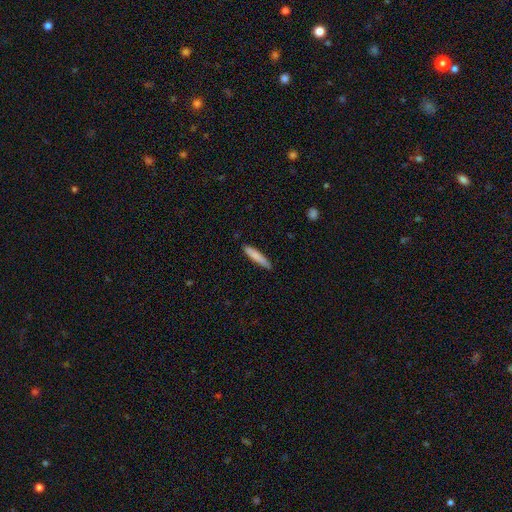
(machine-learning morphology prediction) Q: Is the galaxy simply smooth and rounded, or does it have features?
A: smooth — 81%.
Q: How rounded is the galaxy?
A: cigar-shaped — 91%.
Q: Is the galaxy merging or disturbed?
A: none — 83%.